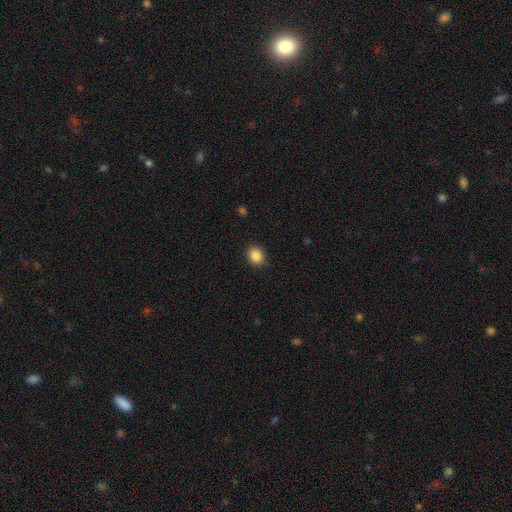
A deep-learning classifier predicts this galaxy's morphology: Q: Smooth or featured?
A: smooth (87%); runner-up: star or artifact (9%)
Q: How rounded?
A: round (62%); runner-up: in between (37%)
Q: Merging?
A: none (88%); runner-up: minor disturbance (8%)